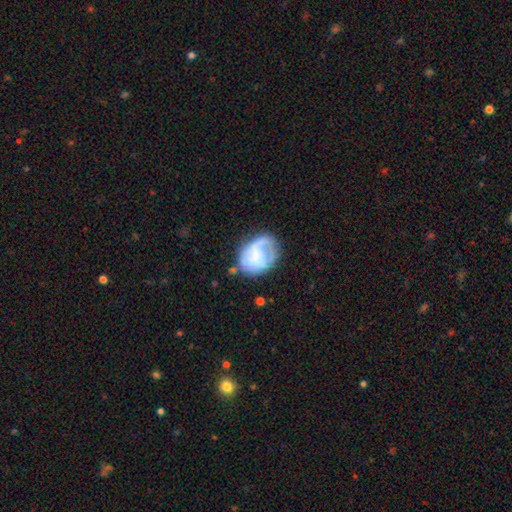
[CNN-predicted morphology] Overall: featured or disk (47%; smooth 46%). Merging: none (44%; minor disturbance 29%).